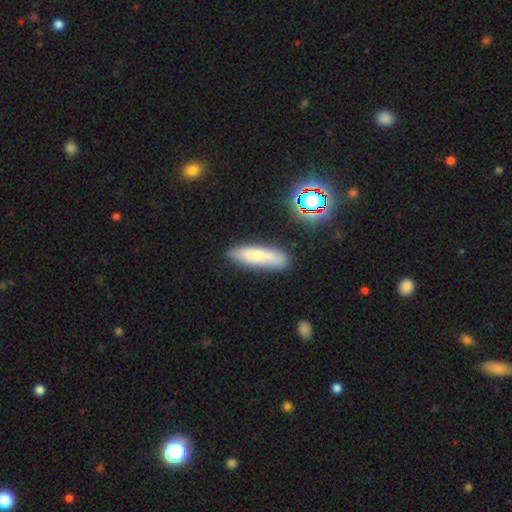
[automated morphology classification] This is likely a smooth galaxy (64%). How rounded: likely cigar-shaped (67%). Merging: likely none (79%).